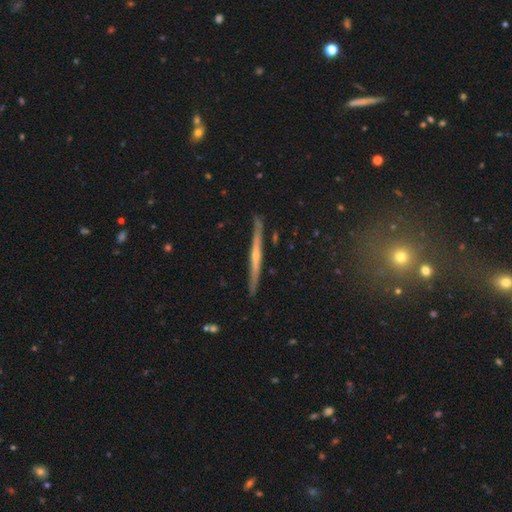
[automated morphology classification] type=featured or disk (71%); edge-on=yes (97%); edge-on bulge=rounded (55%); merging=none (89%).